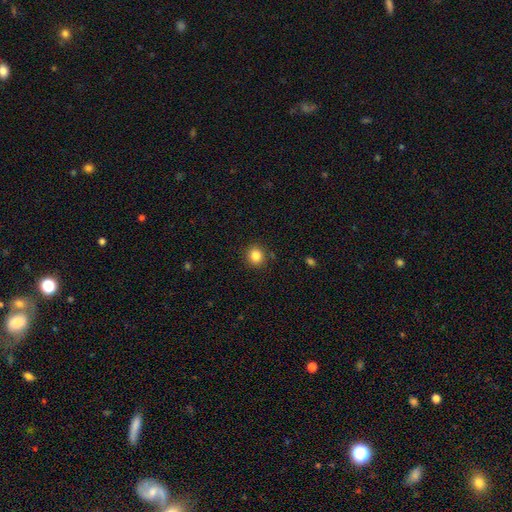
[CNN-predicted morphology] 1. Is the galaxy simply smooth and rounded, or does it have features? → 84% smooth, 11% star or artifact, 5% featured or disk.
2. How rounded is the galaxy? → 88% round, 11% in between, 1% cigar-shaped.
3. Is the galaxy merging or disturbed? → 89% none, 7% minor disturbance, 2% major disturbance, 2% merger.